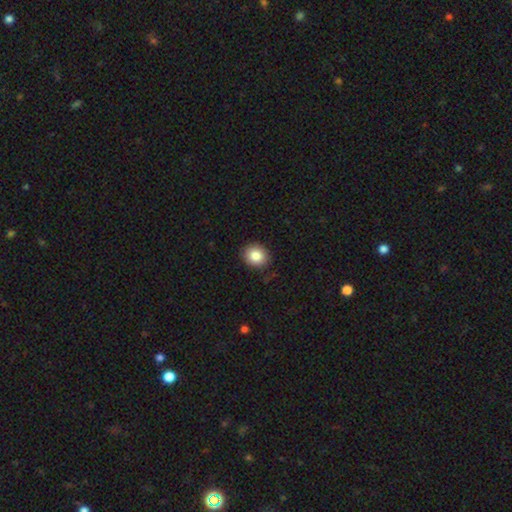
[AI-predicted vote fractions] Overall: smooth (84%). How rounded: round (71%). Merging: none (89%).